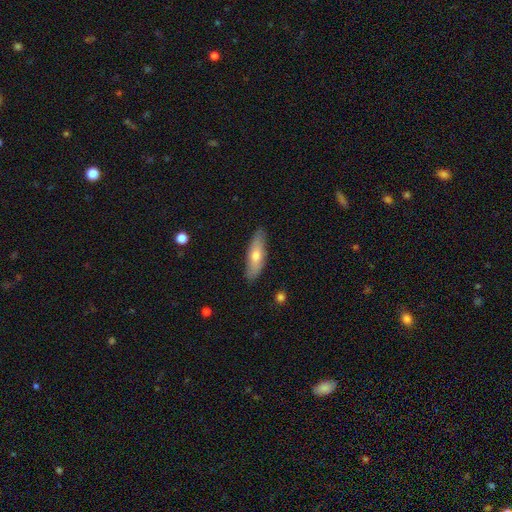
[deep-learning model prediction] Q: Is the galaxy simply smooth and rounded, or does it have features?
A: smooth — 60%.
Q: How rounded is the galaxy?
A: cigar-shaped — 51%.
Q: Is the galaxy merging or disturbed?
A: none — 87%.